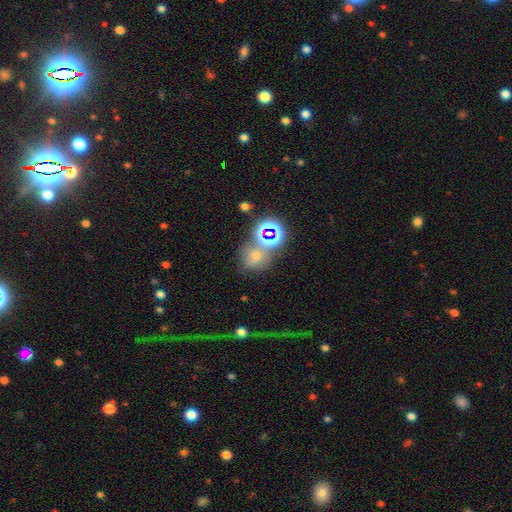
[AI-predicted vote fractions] A star or artifact, not a galaxy (50%).

Vote fractions:
- Smooth or featured? star or artifact: 50% / smooth: 38% / featured or disk: 12%